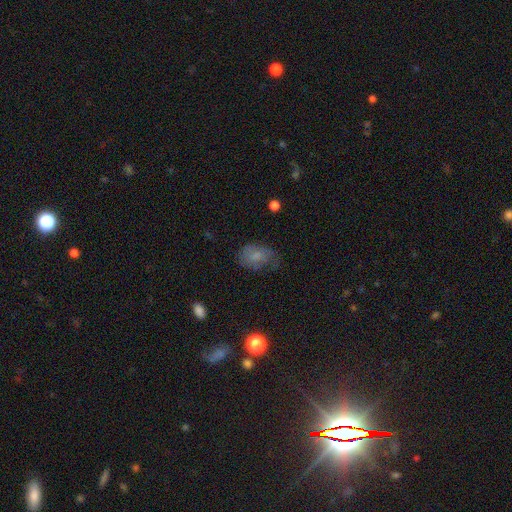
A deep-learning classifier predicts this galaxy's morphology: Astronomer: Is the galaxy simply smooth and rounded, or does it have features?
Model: smooth — 67%.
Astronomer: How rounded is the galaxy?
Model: in between — 81%.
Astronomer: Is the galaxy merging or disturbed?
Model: none — 48% (runner-up: minor disturbance, 33%).